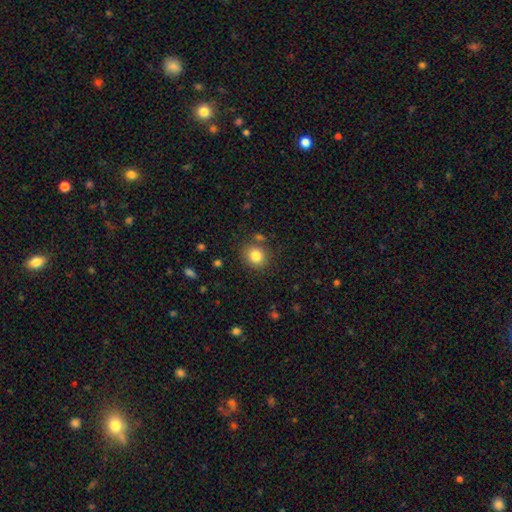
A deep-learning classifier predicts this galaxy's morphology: smooth_or_featured: smooth (p=0.83) [alt: star or artifact p=0.11]
how_rounded: round (p=0.79) [alt: in between p=0.20]
merging: none (p=0.82) [alt: minor disturbance p=0.10]